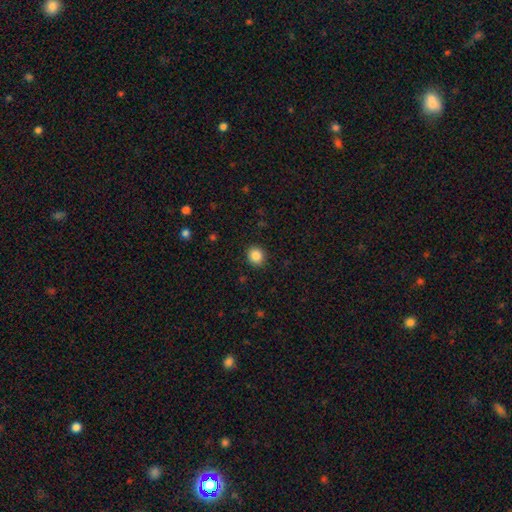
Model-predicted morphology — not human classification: A smooth galaxy with no disk features (86%) that is round (81%). Merging: none (91%).